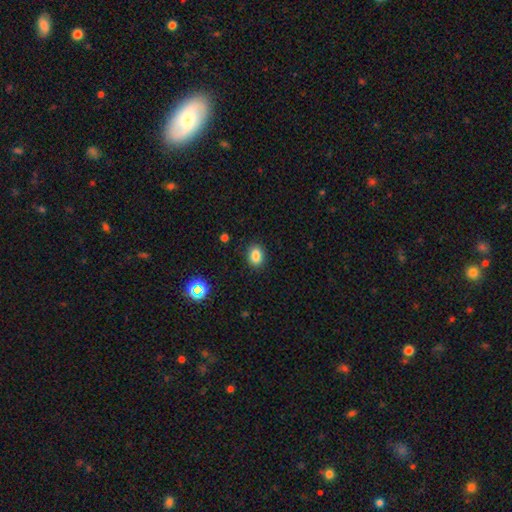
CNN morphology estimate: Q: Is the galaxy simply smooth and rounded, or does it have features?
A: smooth — 84%.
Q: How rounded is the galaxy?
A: in between — 60%.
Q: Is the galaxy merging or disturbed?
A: none — 89%.